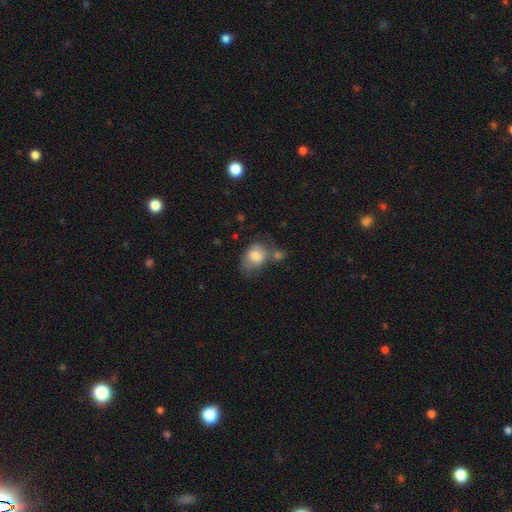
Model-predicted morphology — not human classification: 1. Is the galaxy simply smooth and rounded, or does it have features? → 78% smooth, 14% featured or disk, 8% star or artifact.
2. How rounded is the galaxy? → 69% in between, 30% round, 1% cigar-shaped.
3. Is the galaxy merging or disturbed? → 35% none, 27% merger, 25% minor disturbance, 14% major disturbance.